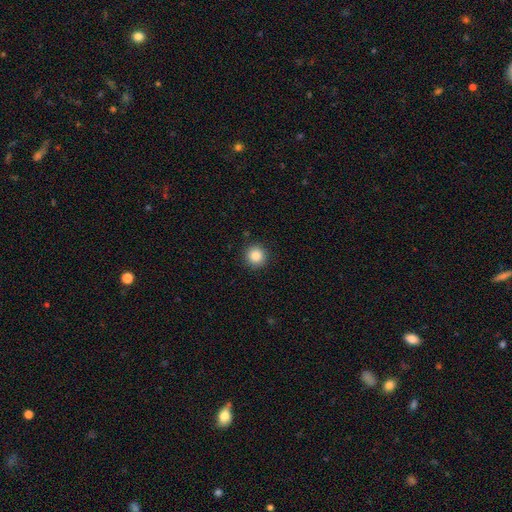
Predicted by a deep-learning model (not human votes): Q: Smooth or featured?
A: smooth (86%); runner-up: star or artifact (10%)
Q: How rounded?
A: round (94%); runner-up: in between (5%)
Q: Merging?
A: none (91%); runner-up: minor disturbance (6%)